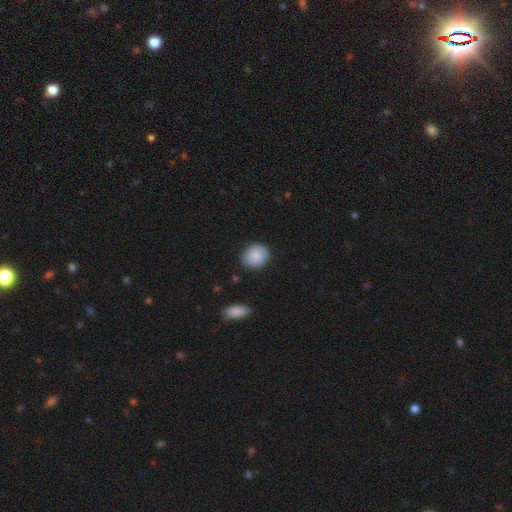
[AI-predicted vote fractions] Smooth or featured: smooth — 87% (star or artifact — 7%)
How rounded: round — 69% (in between — 30%)
Merging: none — 83% (minor disturbance — 12%)